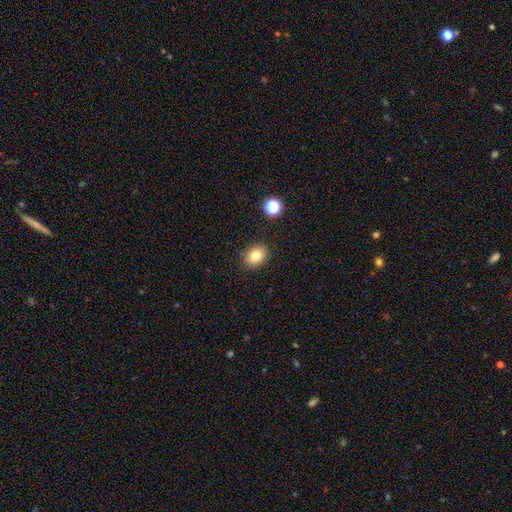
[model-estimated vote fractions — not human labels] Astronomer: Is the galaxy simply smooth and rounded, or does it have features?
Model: smooth — 82%.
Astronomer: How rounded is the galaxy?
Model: in between — 63%.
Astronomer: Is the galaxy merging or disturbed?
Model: none — 88%.